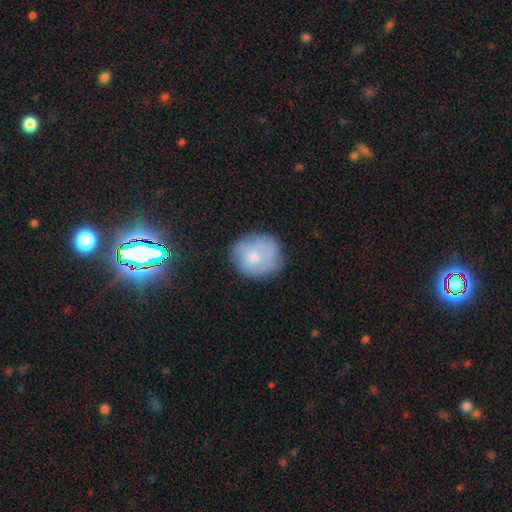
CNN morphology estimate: Overall: smooth (52%; featured or disk 39%). How rounded: round (76%). Merging: none (71%).